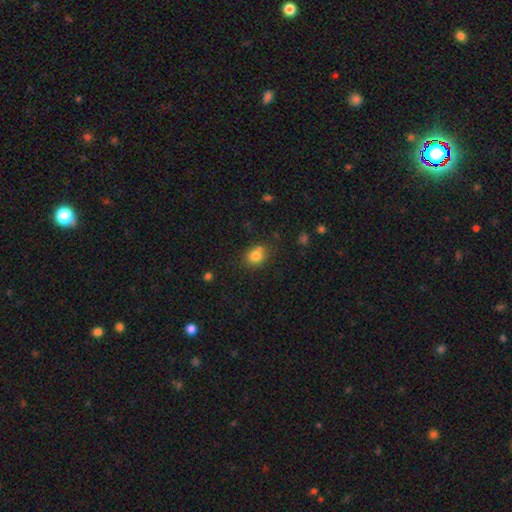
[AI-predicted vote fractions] This appears to be a smooth galaxy with no disk features (79%) that is round (63%). Merging: none (67%).